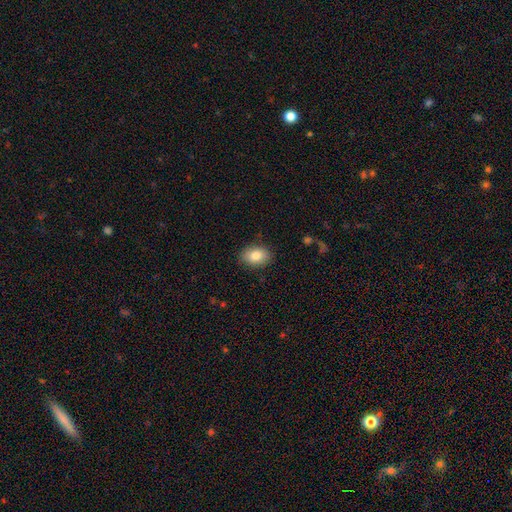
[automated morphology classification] Smooth or featured: smooth — 83% (featured or disk — 9%)
How rounded: in between — 79% (round — 20%)
Merging: none — 87% (minor disturbance — 9%)